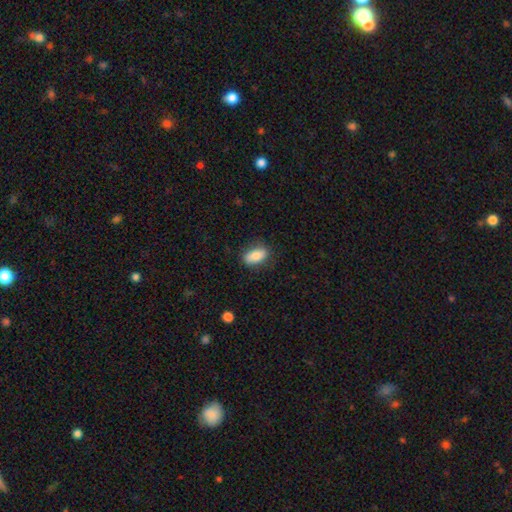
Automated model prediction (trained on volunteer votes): This is clearly a smooth galaxy (80%). How rounded: clearly in between (88%). Merging: clearly none (81%).